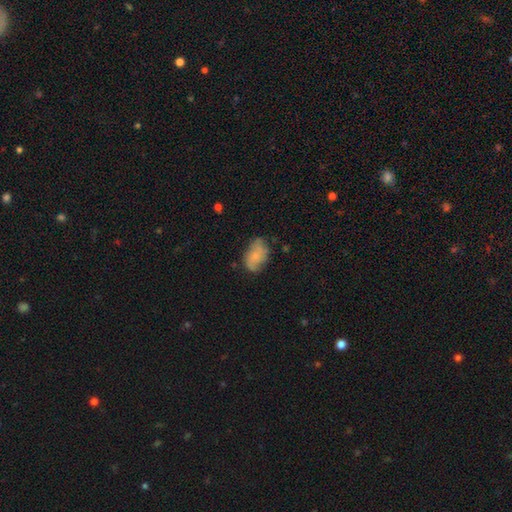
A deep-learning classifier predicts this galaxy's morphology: This is possibly a smooth galaxy (59%). How rounded: clearly in between (87%). Merging: possibly none (59%).